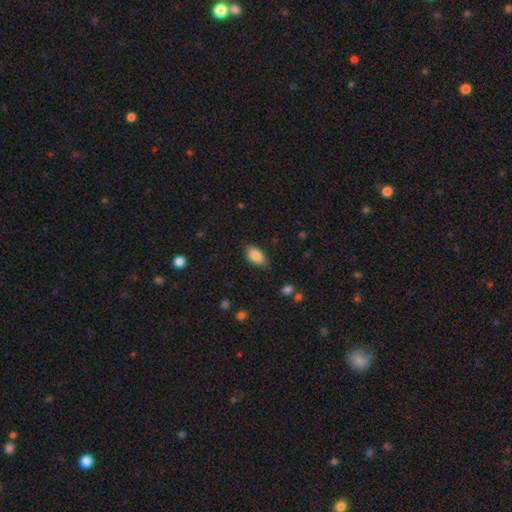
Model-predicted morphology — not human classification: Smooth or featured: smooth — 86% (featured or disk — 7%)
How rounded: in between — 92% (cigar-shaped — 4%)
Merging: none — 82% (minor disturbance — 13%)